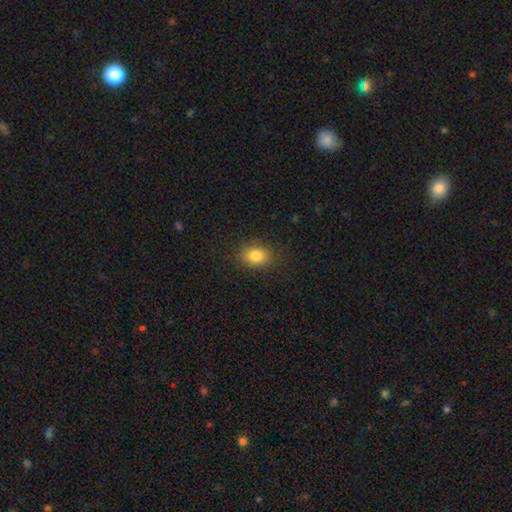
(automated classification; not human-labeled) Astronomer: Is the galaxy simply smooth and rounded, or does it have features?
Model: smooth — 83%.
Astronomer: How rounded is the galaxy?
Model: in between — 66%.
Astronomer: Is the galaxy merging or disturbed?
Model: none — 85%.